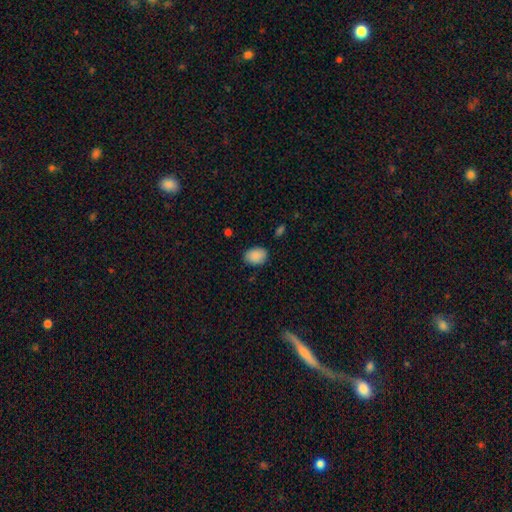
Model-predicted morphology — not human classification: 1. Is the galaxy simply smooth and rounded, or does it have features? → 89% smooth, 7% star or artifact, 4% featured or disk.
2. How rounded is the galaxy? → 73% in between, 26% round, 1% cigar-shaped.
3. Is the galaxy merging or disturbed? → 82% none, 14% minor disturbance, 3% major disturbance, 1% merger.